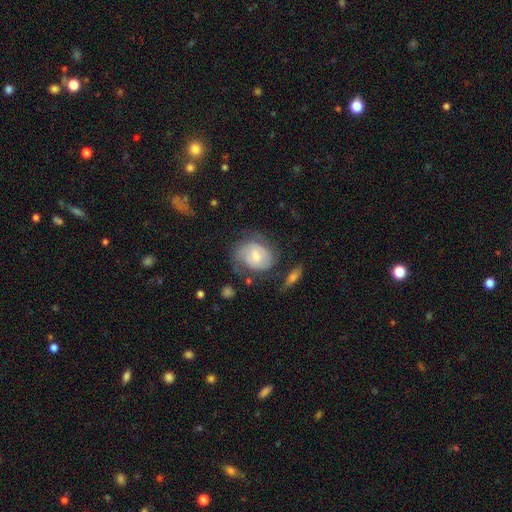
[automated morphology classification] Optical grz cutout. It shows a featured or disk galaxy (60%) with no bar (48%), spiral arms (82%) and a moderate central bulge (51%). Merging: none (52%).